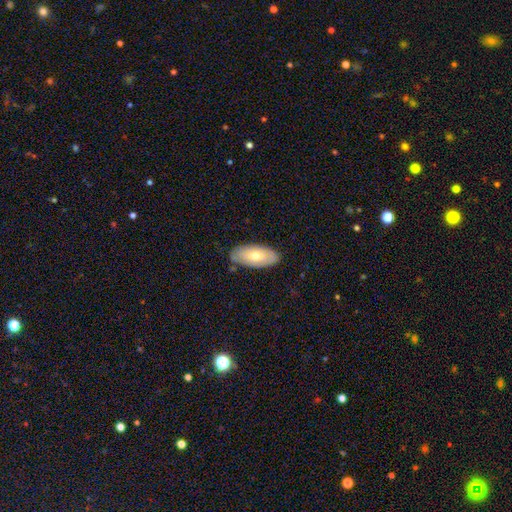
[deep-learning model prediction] Smooth or featured? Predicted: smooth (p=0.66). How rounded? Predicted: in between (p=0.90). Merging? Predicted: none (p=0.83).